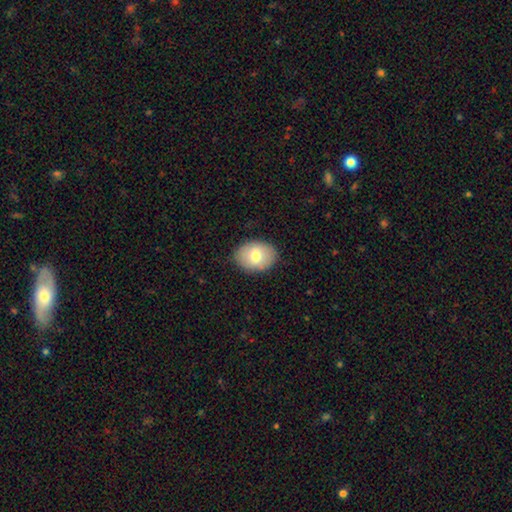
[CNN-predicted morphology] Smooth or featured? Predicted: smooth (p=0.74). How rounded? Predicted: in between (p=0.70). Merging? Predicted: none (p=0.85).